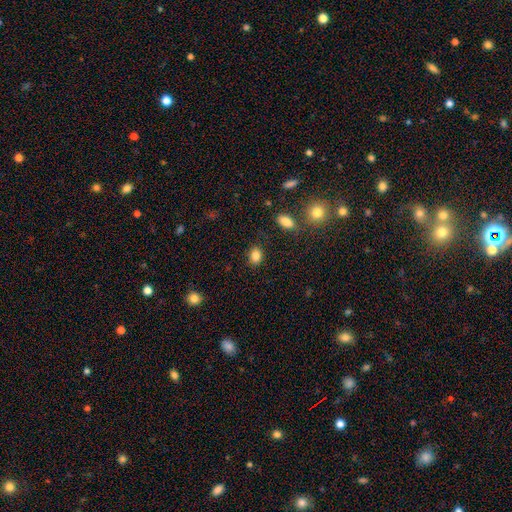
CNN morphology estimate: The model was most divided on "how rounded": in between: 65%, round: 33%, cigar-shaped: 1%. More confident: smooth or featured — smooth (85%); merging — none (85%).